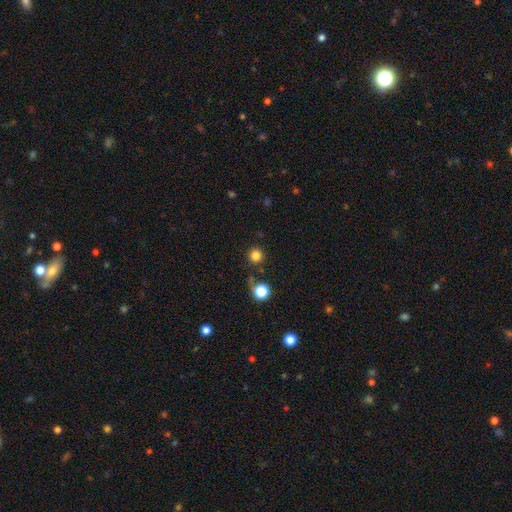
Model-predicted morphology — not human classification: smooth-or-featured: smooth: 81% | star or artifact: 14% | featured or disk: 5%
  how-rounded: round: 95% | in between: 4% | cigar-shaped: 1%
  merging: none: 82% | minor disturbance: 8% | merger: 6% | major disturbance: 3%